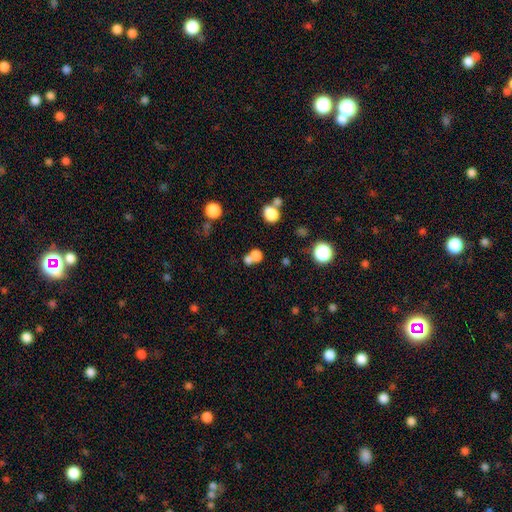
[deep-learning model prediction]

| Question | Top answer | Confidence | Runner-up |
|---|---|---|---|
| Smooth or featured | smooth | 74% | star or artifact (17%) |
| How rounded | round | 76% | in between (23%) |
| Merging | merger | 48% | none (41%) |